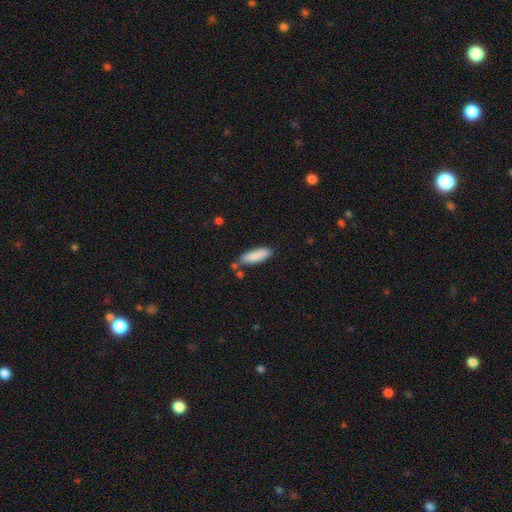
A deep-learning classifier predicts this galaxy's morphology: Smooth or featured?
  - smooth: 87% *
  - featured or disk: 7%
  - star or artifact: 6%
How rounded?
  - cigar-shaped: 55% *
  - in between: 43%
  - round: 2%
Merging?
  - none: 79% *
  - minor disturbance: 13%
  - merger: 6%
  - major disturbance: 3%